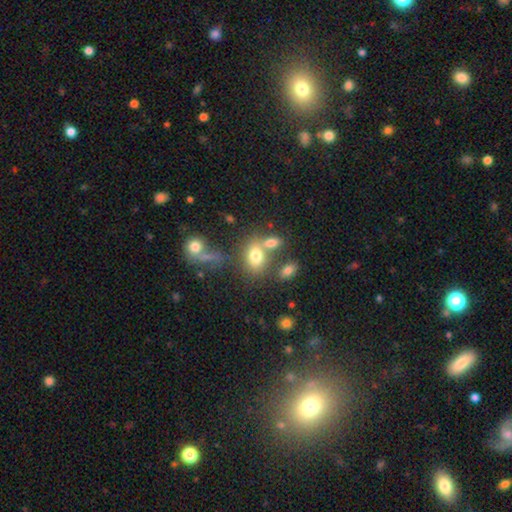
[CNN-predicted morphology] This is likely a smooth galaxy (75%). How rounded: likely in between (72%). Merging: marginally none (44%).